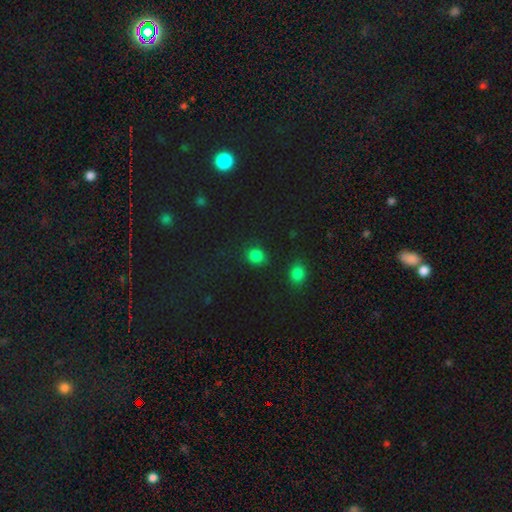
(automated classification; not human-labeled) The model was most divided on "how rounded": round: 77%, in between: 22%, cigar-shaped: 1%. More confident: merging — none (83%); smooth or featured — smooth (80%).